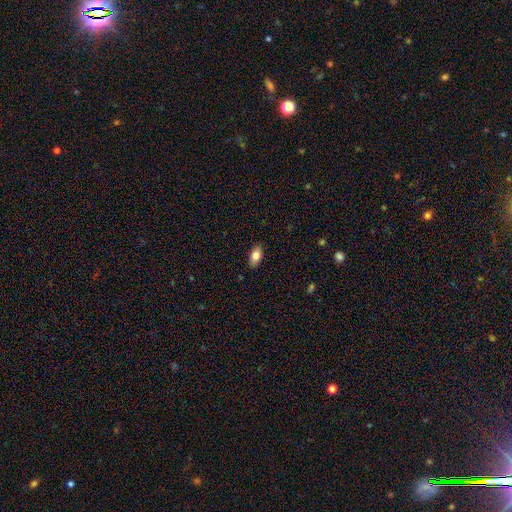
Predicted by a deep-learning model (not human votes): Smooth or featured? Predicted: smooth (p=0.82). How rounded? Predicted: in between (p=0.91). Merging? Predicted: none (p=0.87).